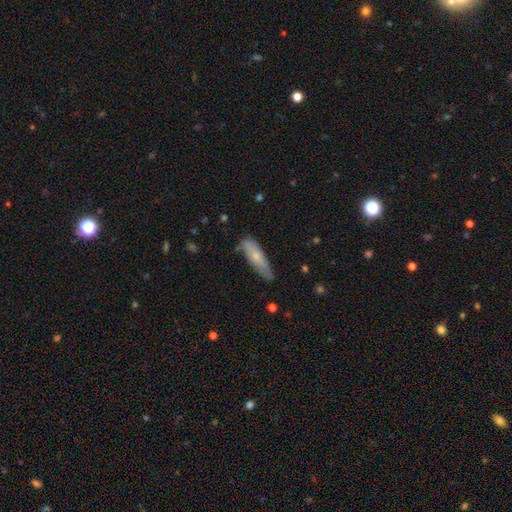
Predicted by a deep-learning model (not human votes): smooth 60%, featured or disk 34%, star or artifact 6%. Down the decision tree: how rounded — cigar-shaped (65%); merging — none (63%).